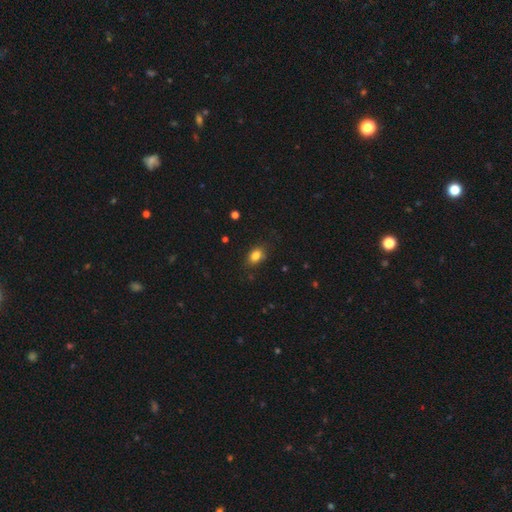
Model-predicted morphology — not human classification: This appears to be a smooth galaxy with no disk features (83%) that is in between round and cigar-shaped (75%). Merging: none (79%).